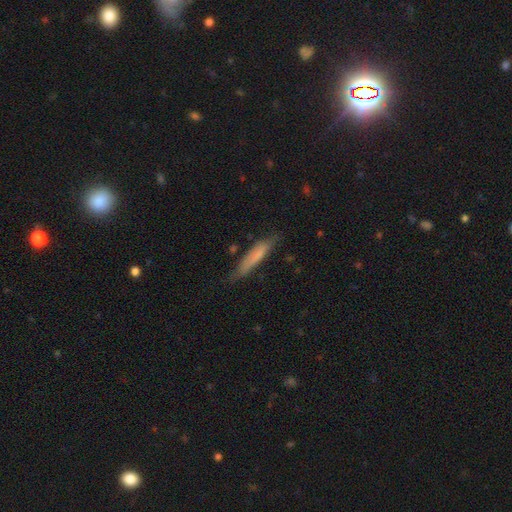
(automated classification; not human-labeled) Smooth or featured: smooth — 71% (featured or disk — 23%)
How rounded: cigar-shaped — 89% (in between — 10%)
Merging: none — 71% (minor disturbance — 22%)